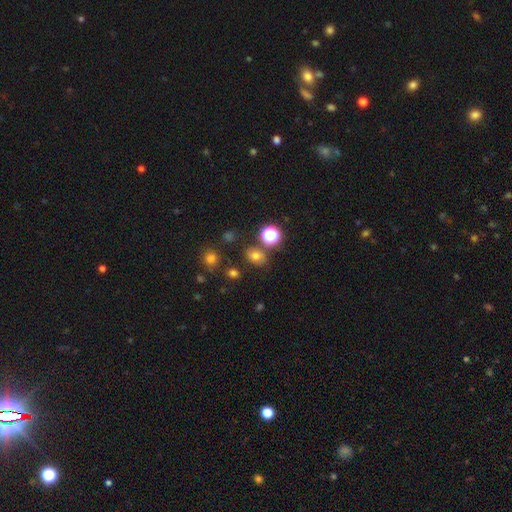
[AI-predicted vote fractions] Smooth or featured?
  - smooth: 68% *
  - star or artifact: 23%
  - featured or disk: 9%
How rounded?
  - round: 50% *
  - in between: 49%
  - cigar-shaped: 1%
Merging?
  - none: 76% *
  - minor disturbance: 11%
  - merger: 8%
  - major disturbance: 4%